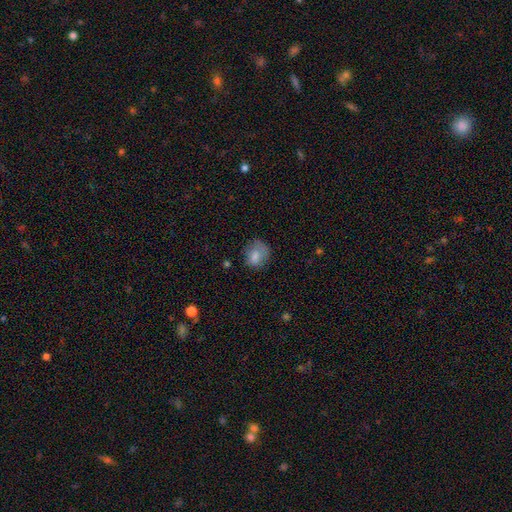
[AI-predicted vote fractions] Smooth or featured? Predicted: smooth (p=0.76). How rounded? Predicted: round (p=0.64). Merging? Predicted: none (p=0.53).